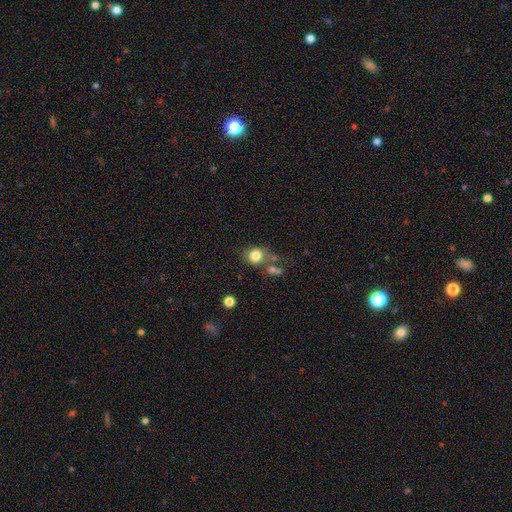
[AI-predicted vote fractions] This is likely a smooth galaxy (79%). How rounded: likely round (70%). Merging: possibly none (54%).